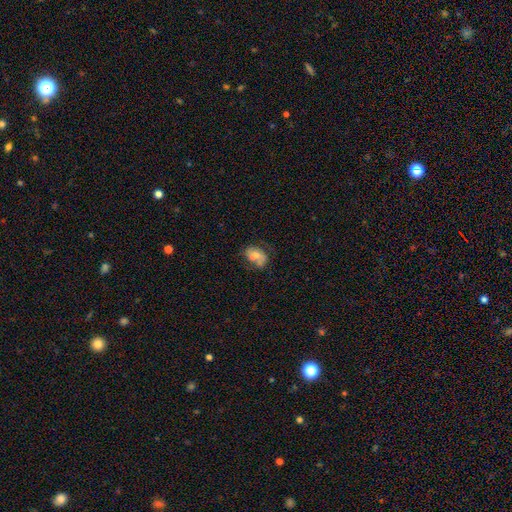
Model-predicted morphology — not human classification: smooth_or_featured: smooth (p=0.53) [alt: featured or disk p=0.36]
how_rounded: in between (p=0.76) [alt: round p=0.23]
merging: none (p=0.40) [alt: minor disturbance p=0.24]